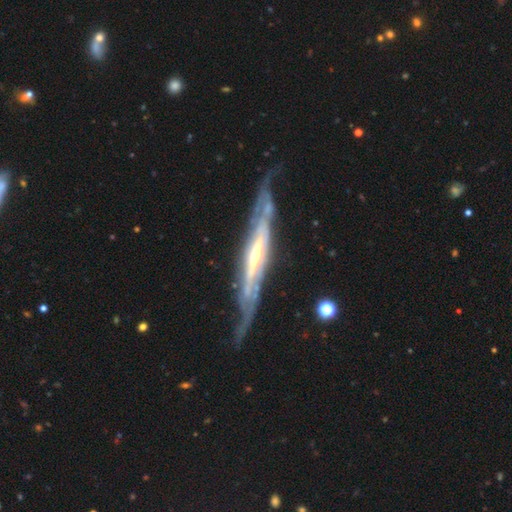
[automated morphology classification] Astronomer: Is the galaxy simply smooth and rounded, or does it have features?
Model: featured or disk — 88%.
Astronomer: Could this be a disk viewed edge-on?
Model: yes — 57% (runner-up: no, 43%).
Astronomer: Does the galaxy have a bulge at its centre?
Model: rounded — 60%.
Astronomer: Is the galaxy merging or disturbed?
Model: none — 68%.